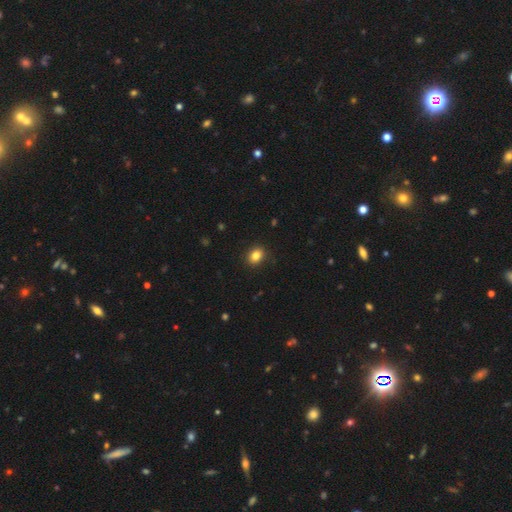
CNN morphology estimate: smooth_or_featured: smooth (p=0.84) [alt: star or artifact p=0.10]
how_rounded: in between (p=0.52) [alt: round p=0.47]
merging: none (p=0.89) [alt: minor disturbance p=0.08]